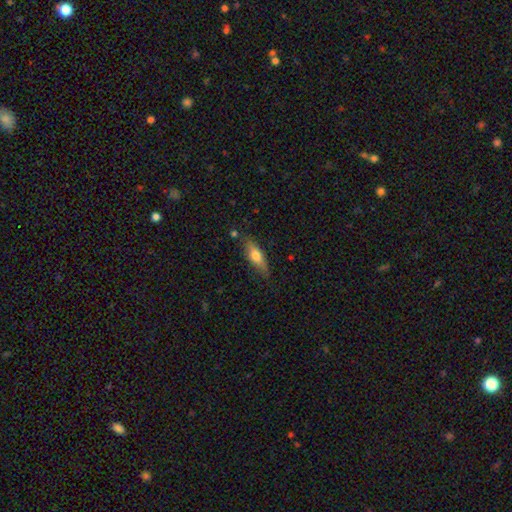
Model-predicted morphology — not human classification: Smooth or featured? Predicted: smooth (p=0.64). How rounded? Predicted: in between (p=0.52). Merging? Predicted: none (p=0.78).